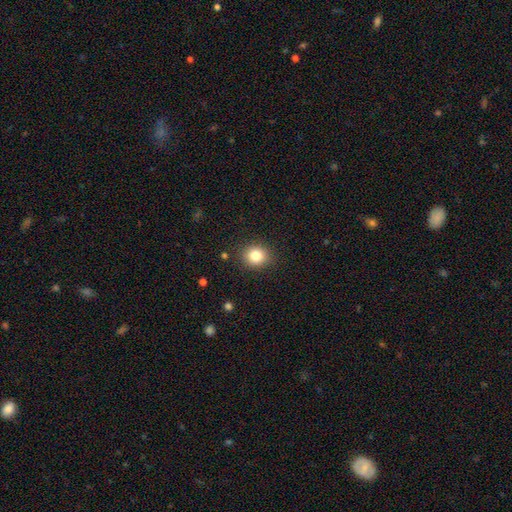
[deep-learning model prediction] The model was most divided on "how rounded": round: 79%, in between: 20%, cigar-shaped: 1%. More confident: merging — none (89%); smooth or featured — smooth (82%).